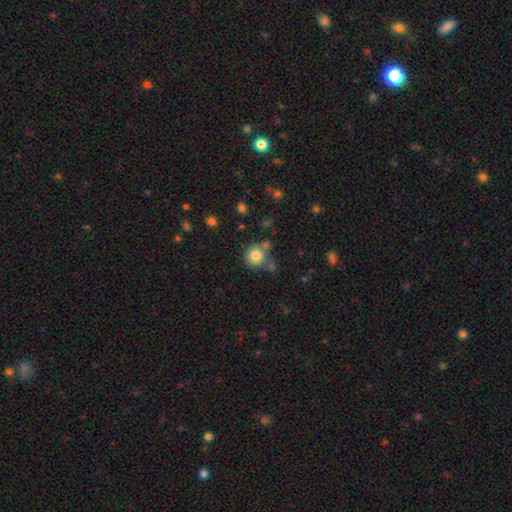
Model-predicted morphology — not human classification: This appears to be a smooth galaxy with no disk features (81%) that is round (90%). Merging: none (69%).